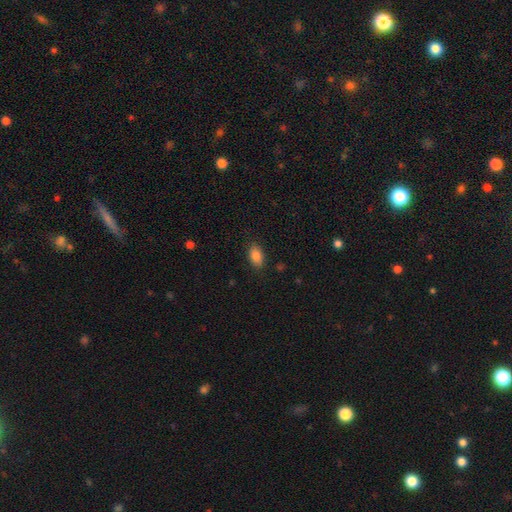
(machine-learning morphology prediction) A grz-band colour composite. It shows a smooth galaxy with no disk features (87%) that is in between round and cigar-shaped (90%). Merging: none (86%).